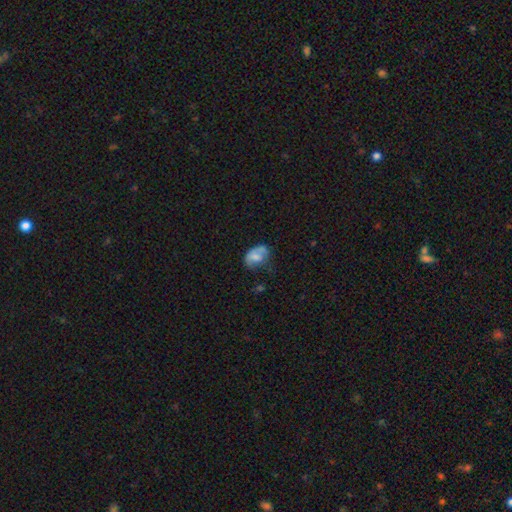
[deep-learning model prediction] Smooth or featured? smooth (63%)
How rounded? in between (79%)
Merging? none (37%)